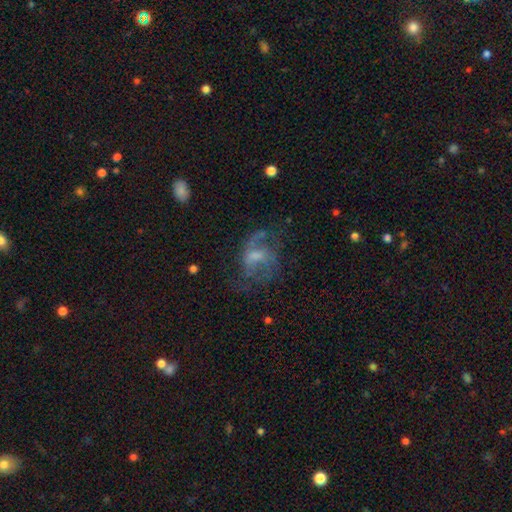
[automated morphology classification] Smooth or featured: featured or disk — 69% (smooth — 19%)
Edge-on disk: no — 97% (yes — 3%)
Bar: weak — 47% (no — 43%)
Spiral arms: yes — 77% (no — 23%)
Spiral winding: medium — 43% (tied with loose — 43%)
Spiral arm count: 2 — 54% (can't tell — 23%)
Bulge size: small — 41% (moderate — 35%)
Merging: none — 50% (major disturbance — 28%)